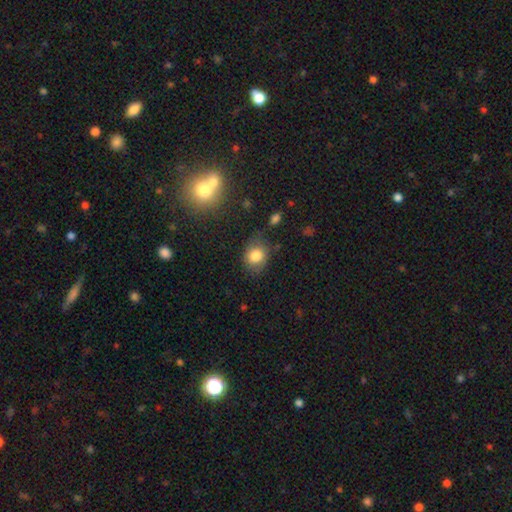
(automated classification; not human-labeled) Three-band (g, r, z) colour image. It shows a smooth galaxy with no disk features (81%) that is round (56%). Merging: none (70%).